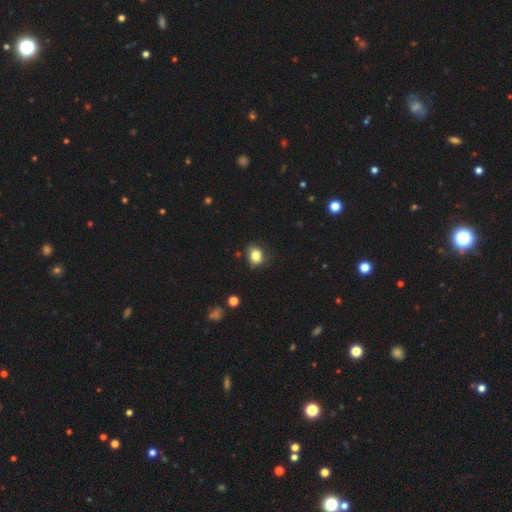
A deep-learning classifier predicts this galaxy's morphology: Smooth or featured? smooth (82%)
How rounded? round (51%)
Merging? none (70%)